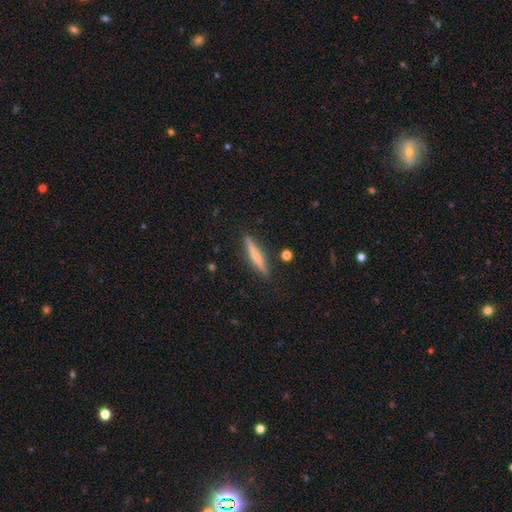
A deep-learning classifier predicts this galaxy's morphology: Smooth or featured? Predicted: smooth (p=0.48). Merging? Predicted: none (p=0.88).